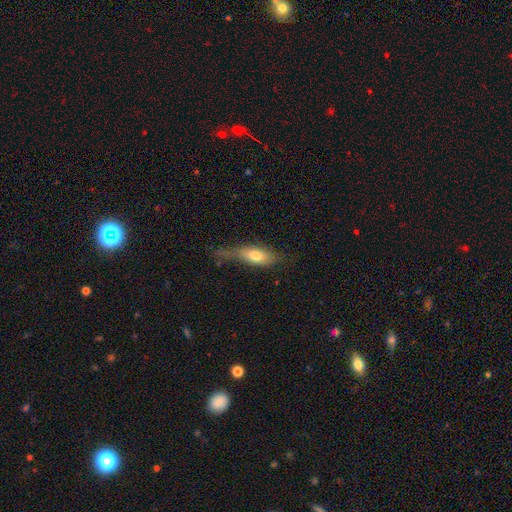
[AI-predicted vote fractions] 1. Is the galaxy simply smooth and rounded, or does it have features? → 68% smooth, 25% featured or disk, 7% star or artifact.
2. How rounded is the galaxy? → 67% in between, 29% cigar-shaped, 4% round.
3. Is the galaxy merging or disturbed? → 40% none, 34% minor disturbance, 23% major disturbance, 4% merger.